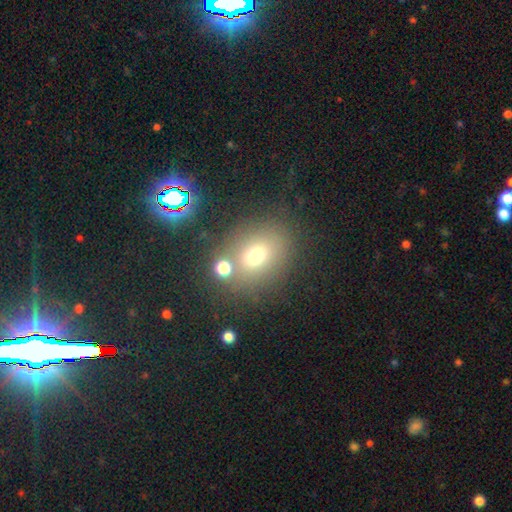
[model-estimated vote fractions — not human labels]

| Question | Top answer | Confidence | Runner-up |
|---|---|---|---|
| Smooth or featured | smooth | 67% | star or artifact (19%) |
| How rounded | in between | 56% | round (43%) |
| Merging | none | 70% | minor disturbance (13%) |